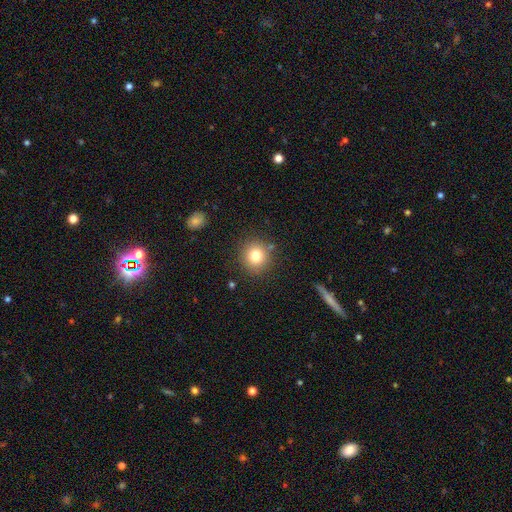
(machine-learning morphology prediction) This appears to be a smooth galaxy with no disk features (79%) that is round (90%). Merging: none (86%).